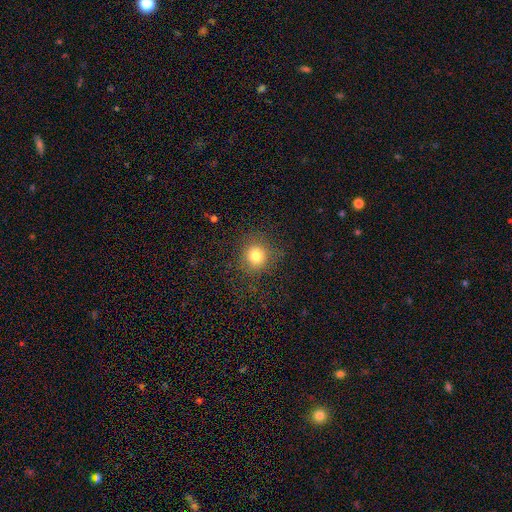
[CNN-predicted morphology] smooth 80%, star or artifact 13%, featured or disk 6%. Down the decision tree: how rounded — round (88%); merging — none (84%).